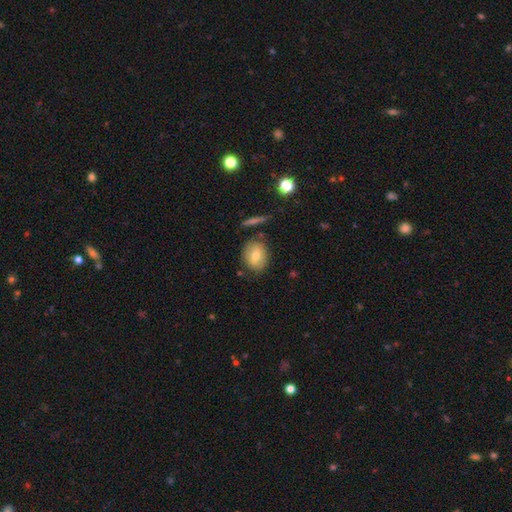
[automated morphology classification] Smooth or featured? Predicted: smooth (p=0.71). How rounded? Predicted: round (p=0.50). Merging? Predicted: none (p=0.76).